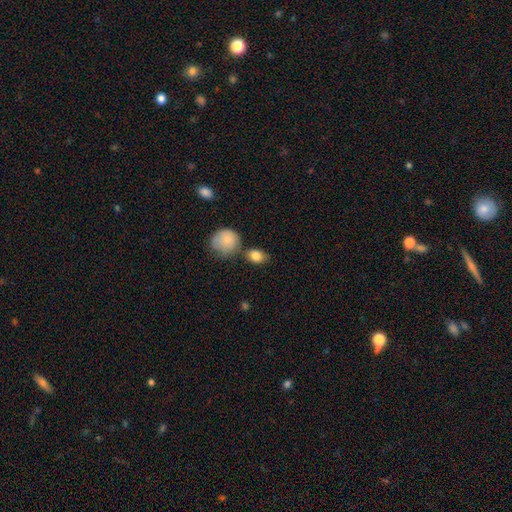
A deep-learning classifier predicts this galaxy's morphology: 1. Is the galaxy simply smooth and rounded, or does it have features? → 84% smooth, 8% star or artifact, 7% featured or disk.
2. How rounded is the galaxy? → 63% in between, 35% round, 2% cigar-shaped.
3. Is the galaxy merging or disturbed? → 65% none, 17% minor disturbance, 14% merger, 5% major disturbance.